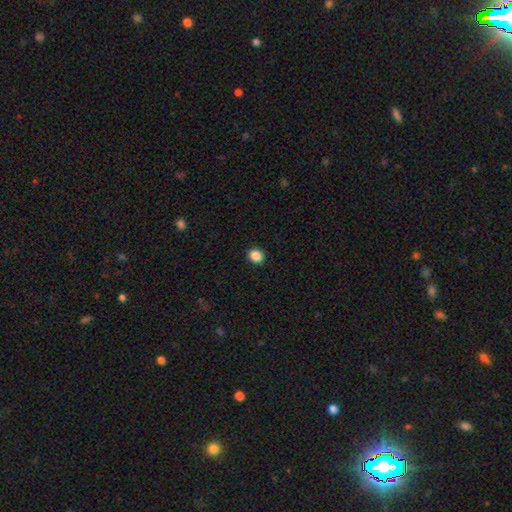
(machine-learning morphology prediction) smooth-or-featured: smooth: 87% | star or artifact: 10% | featured or disk: 3%
  how-rounded: round: 71% | in between: 28% | cigar-shaped: 1%
  merging: none: 92% | minor disturbance: 6% | major disturbance: 2% | merger: 1%